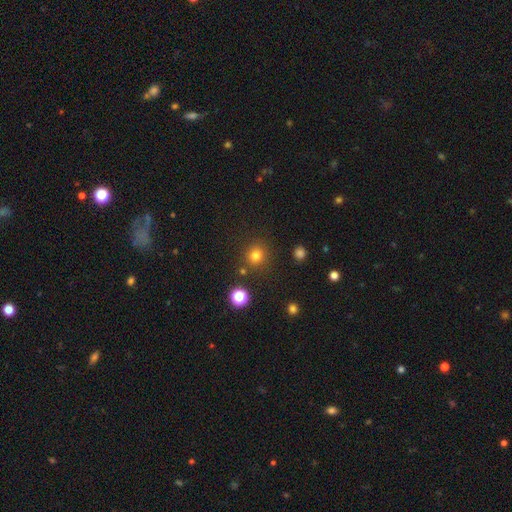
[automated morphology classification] This appears to be a smooth galaxy with no disk features (78%) that is round (88%). Merging: none (85%).